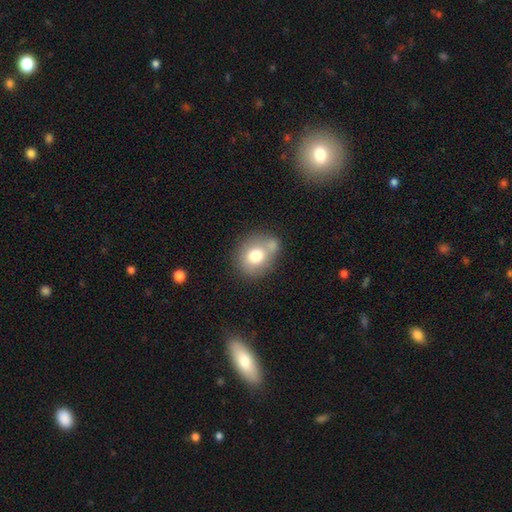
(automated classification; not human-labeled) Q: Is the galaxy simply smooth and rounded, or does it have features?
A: smooth — 74%.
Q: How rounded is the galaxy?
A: round — 66%.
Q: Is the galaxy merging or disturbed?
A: none — 53%.